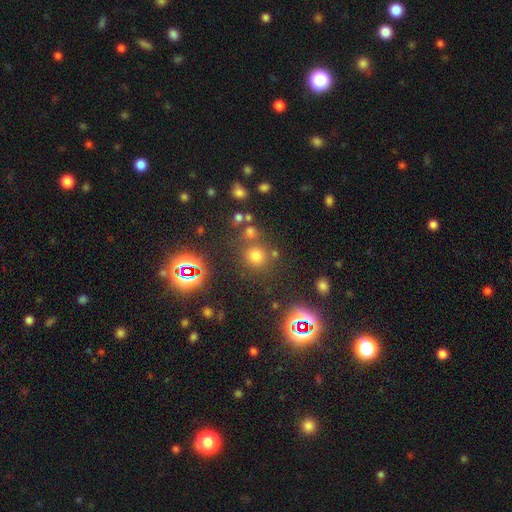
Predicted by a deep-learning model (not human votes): A smooth galaxy with no disk features (63%) that is round (91%).

Vote fractions:
- Smooth or featured? smooth: 63% / star or artifact: 30% / featured or disk: 7%
- How rounded? round: 91% / in between: 8% / cigar-shaped: 1%
- Merging? none: 77% / merger: 10% / minor disturbance: 9% / major disturbance: 5%